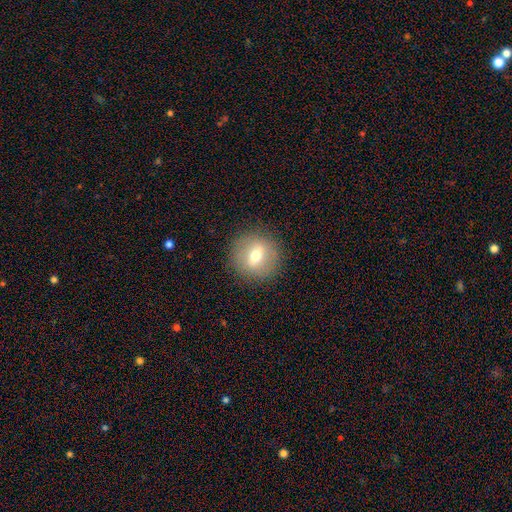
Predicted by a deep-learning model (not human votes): Smooth or featured? smooth (59%)
How rounded? round (91%)
Merging? none (88%)